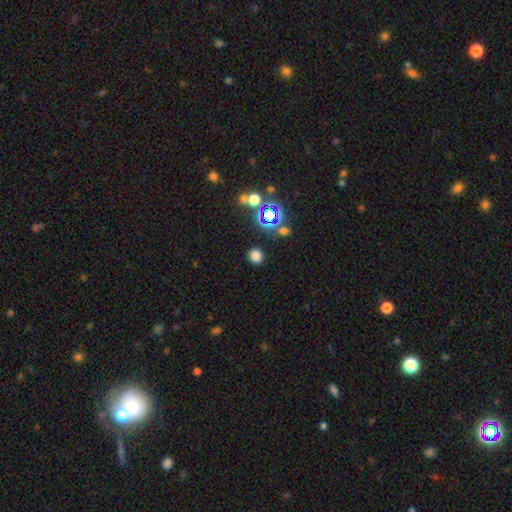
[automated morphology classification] A smooth galaxy with no disk features (73%) that is round (88%). Merging: none (87%).